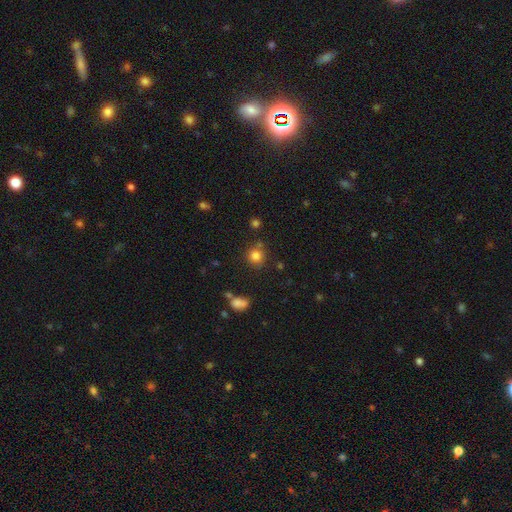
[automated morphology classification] smooth_or_featured: smooth (p=0.81) [alt: star or artifact p=0.13]
how_rounded: round (p=0.88) [alt: in between p=0.12]
merging: none (p=0.76) [alt: minor disturbance p=0.12]